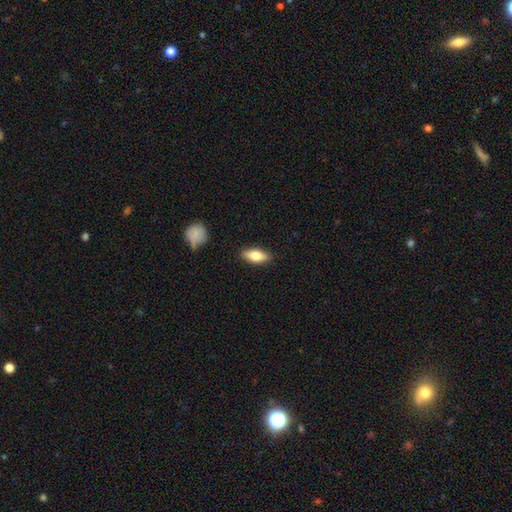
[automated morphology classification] Smooth or featured? smooth (68%)
How rounded? in between (78%)
Merging? none (87%)